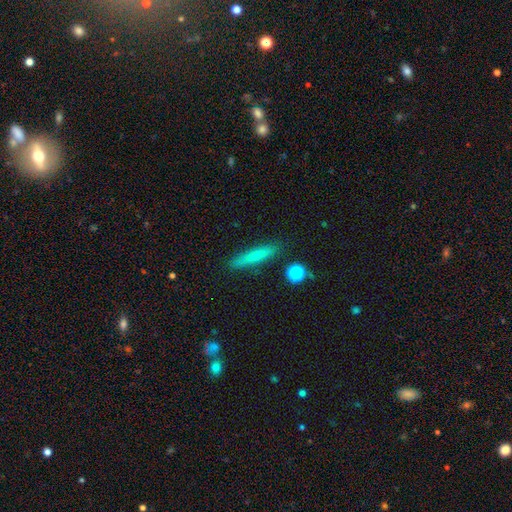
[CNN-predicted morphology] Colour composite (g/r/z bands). It shows a smooth galaxy with no disk features (69%) that is cigar-shaped (89%). Merging: none (86%).